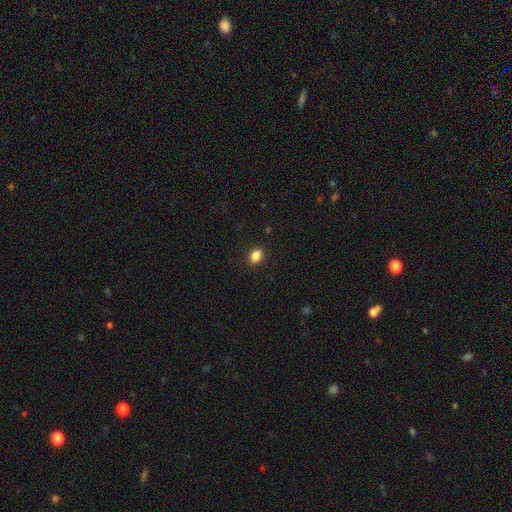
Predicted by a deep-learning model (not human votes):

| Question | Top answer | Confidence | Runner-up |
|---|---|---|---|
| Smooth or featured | smooth | 87% | star or artifact (10%) |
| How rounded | in between | 66% | round (33%) |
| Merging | none | 90% | minor disturbance (7%) |